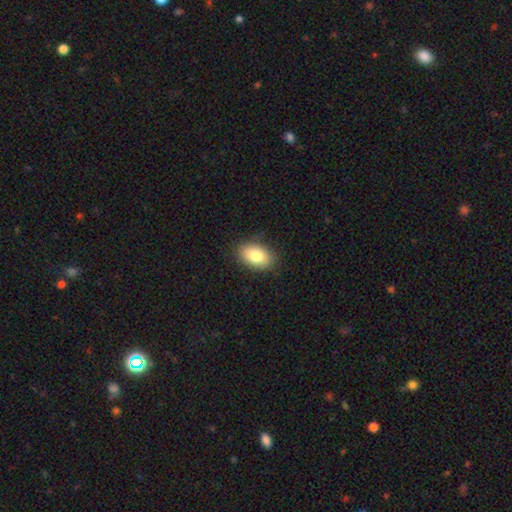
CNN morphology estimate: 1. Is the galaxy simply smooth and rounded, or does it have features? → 81% smooth, 11% featured or disk, 8% star or artifact.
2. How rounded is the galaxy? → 89% in between, 10% round, 1% cigar-shaped.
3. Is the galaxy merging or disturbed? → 86% none, 11% minor disturbance, 3% major disturbance, 1% merger.